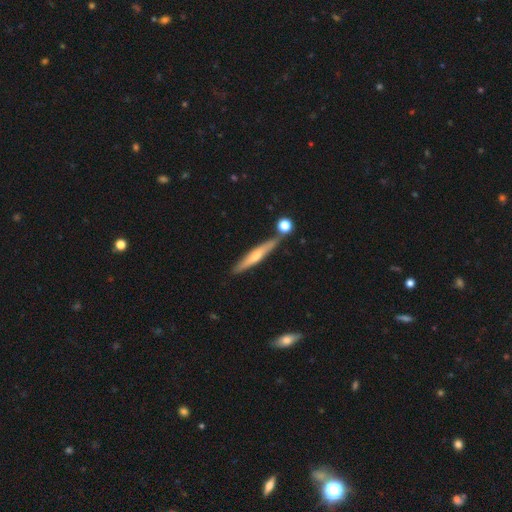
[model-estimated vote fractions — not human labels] Smooth or featured?
  - featured or disk: 55% *
  - smooth: 39%
  - star or artifact: 6%
Edge-on disk?
  - yes: 94% *
  - no: 6%
Edge-on bulge?
  - rounded: 74% *
  - none: 20%
  - boxy: 7%
Merging?
  - none: 77% *
  - minor disturbance: 12%
  - merger: 9%
  - major disturbance: 2%